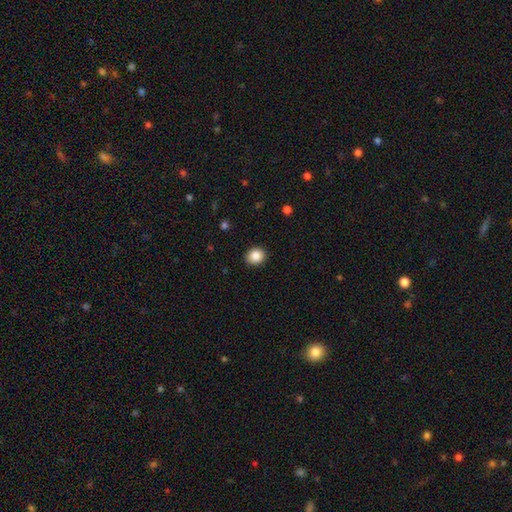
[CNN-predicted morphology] Smooth or featured: smooth — 87% (star or artifact — 9%)
How rounded: round — 69% (in between — 30%)
Merging: none — 90% (minor disturbance — 7%)